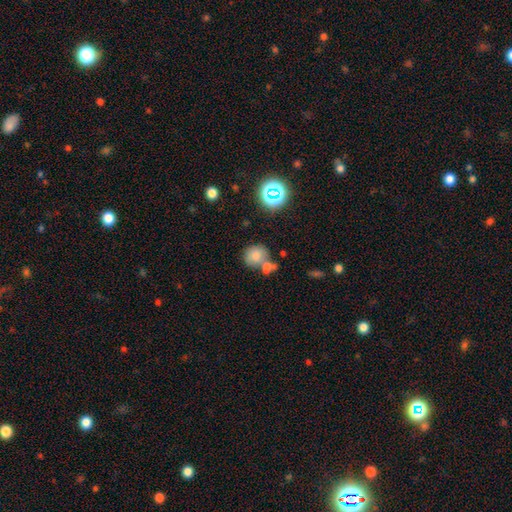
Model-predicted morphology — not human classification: smooth_or_featured: smooth (p=0.74) [alt: star or artifact p=0.15]
how_rounded: round (p=0.79) [alt: in between p=0.20]
merging: none (p=0.49) [alt: merger p=0.35]